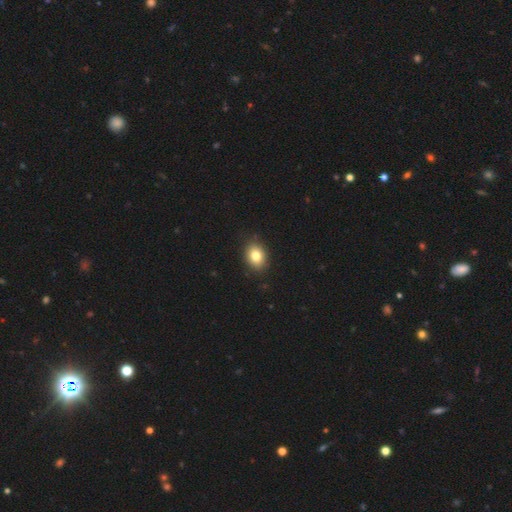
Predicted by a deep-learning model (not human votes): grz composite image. It shows a smooth galaxy with no disk features (82%) that is in between round and cigar-shaped (66%). Merging: none (88%).